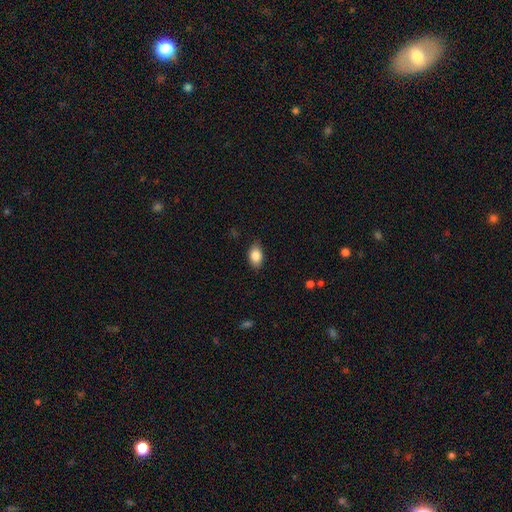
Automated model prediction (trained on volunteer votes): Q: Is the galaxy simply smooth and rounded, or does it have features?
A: smooth — 86%.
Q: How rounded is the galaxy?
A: in between — 87%.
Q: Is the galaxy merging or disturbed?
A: none — 82%.